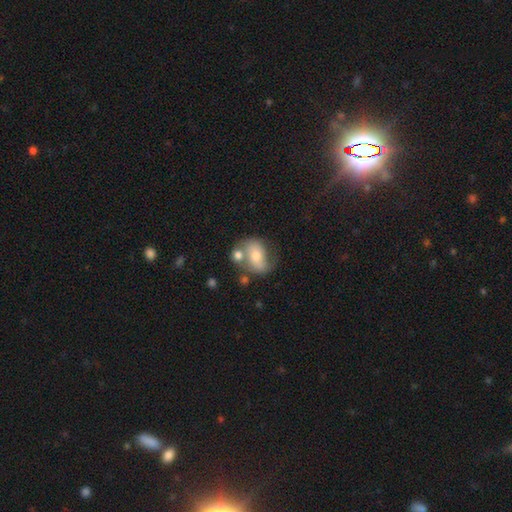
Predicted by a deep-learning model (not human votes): smooth 49%, featured or disk 42%, star or artifact 9%. Down the decision tree: merging — none (39%).